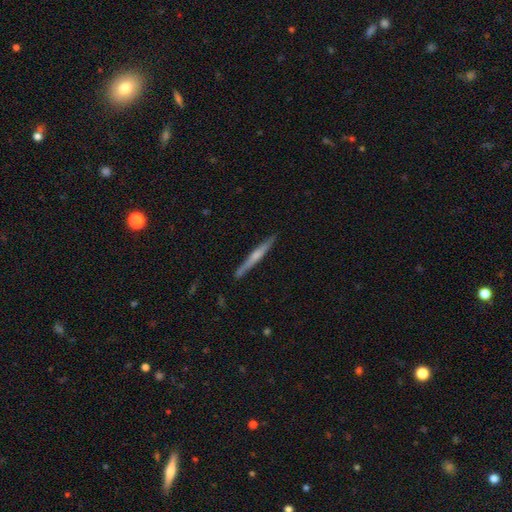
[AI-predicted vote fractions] This appears to be a featured or disk galaxy (59%) viewed edge-on (98%) with a rounded central bulge (54%). Merging: none (90%).